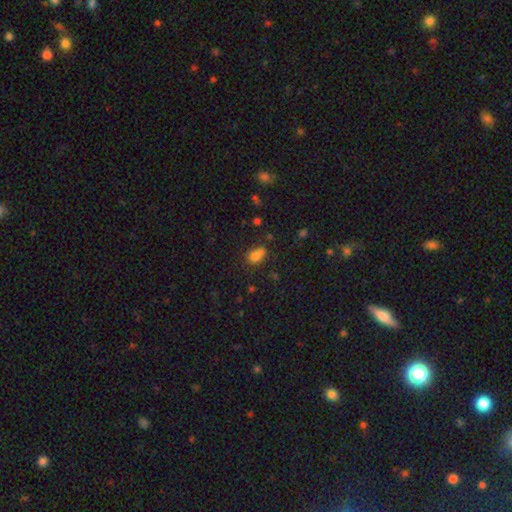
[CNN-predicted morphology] This appears to be a smooth galaxy with no disk features (77%) that is in between round and cigar-shaped (74%). Merging: none (48%).